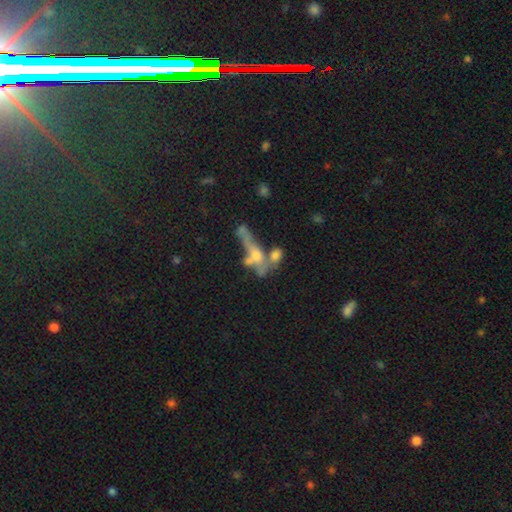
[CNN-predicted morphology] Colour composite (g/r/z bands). It shows a featured or disk galaxy (49%). Merging: merger (41%).